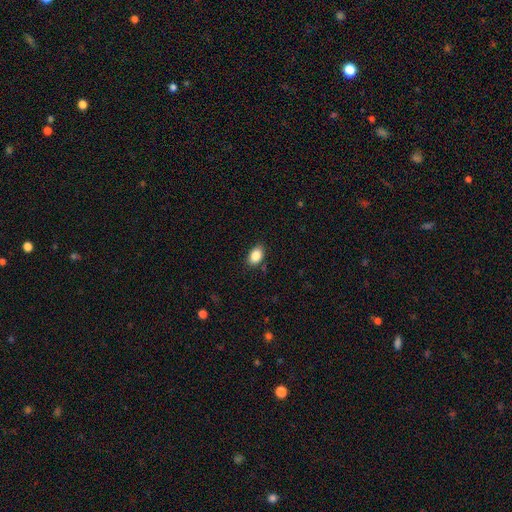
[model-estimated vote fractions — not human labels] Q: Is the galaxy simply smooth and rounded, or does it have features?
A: smooth — 86%.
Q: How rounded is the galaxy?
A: in between — 86%.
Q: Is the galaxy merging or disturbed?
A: none — 85%.